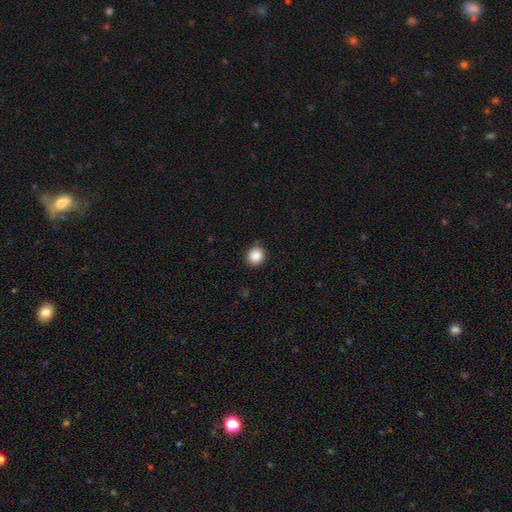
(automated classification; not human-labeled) Morphology: type=smooth (88%); roundness=round (88%); merging=none (84%).